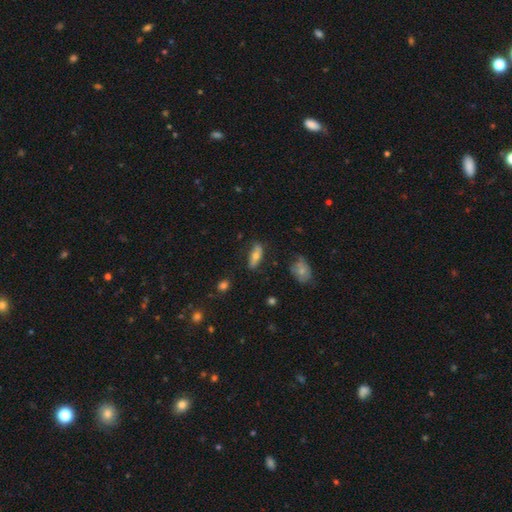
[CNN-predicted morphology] smooth-or-featured: smooth: 59% | featured or disk: 32% | star or artifact: 8%
  how-rounded: in between: 66% | cigar-shaped: 31% | round: 4%
  merging: none: 71% | minor disturbance: 20% | major disturbance: 6% | merger: 3%